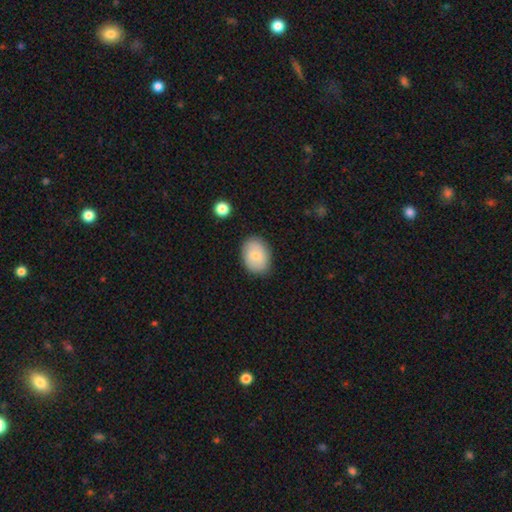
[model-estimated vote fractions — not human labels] Smooth or featured: smooth — 77% (featured or disk — 16%)
How rounded: in between — 74% (round — 25%)
Merging: none — 83% (minor disturbance — 13%)